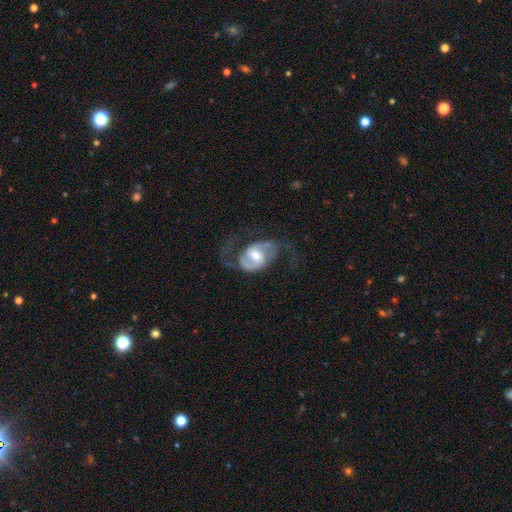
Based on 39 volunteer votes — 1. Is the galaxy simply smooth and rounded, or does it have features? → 87% featured or disk, 10% smooth, 3% star or artifact.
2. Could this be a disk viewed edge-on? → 97% no, 3% yes.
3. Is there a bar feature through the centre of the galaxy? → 48% no, 36% weak, 15% strong.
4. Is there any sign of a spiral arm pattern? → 94% yes, 6% no.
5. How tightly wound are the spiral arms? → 52% medium, 39% loose, 10% tight.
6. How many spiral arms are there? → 94% 2, 6% can't tell, 0% 1, 0% 3, 0% 4, 0% more than 4.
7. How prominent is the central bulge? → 67% moderate, 18% small, 9% large, 3% dominant, 3% none.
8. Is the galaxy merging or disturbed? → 53% none, 34% major disturbance, 13% minor disturbance, 0% merger.